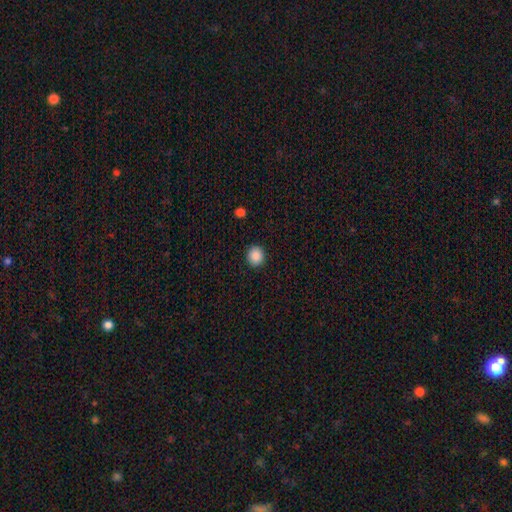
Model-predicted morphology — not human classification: Smooth or featured? smooth (89%)
How rounded? round (83%)
Merging? none (92%)